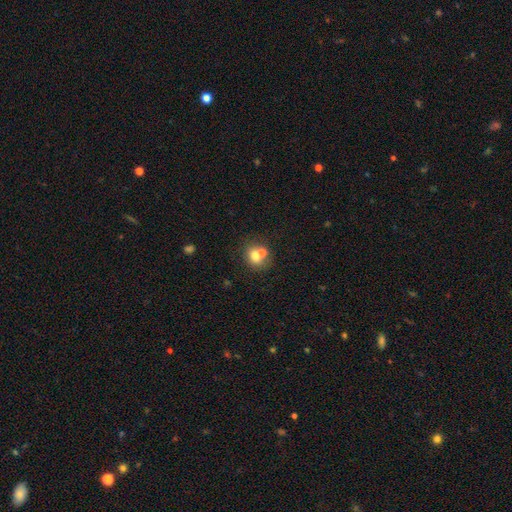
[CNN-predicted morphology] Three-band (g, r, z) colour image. It shows a smooth galaxy with no disk features (70%) that is round (62%). Merging: none (47%).